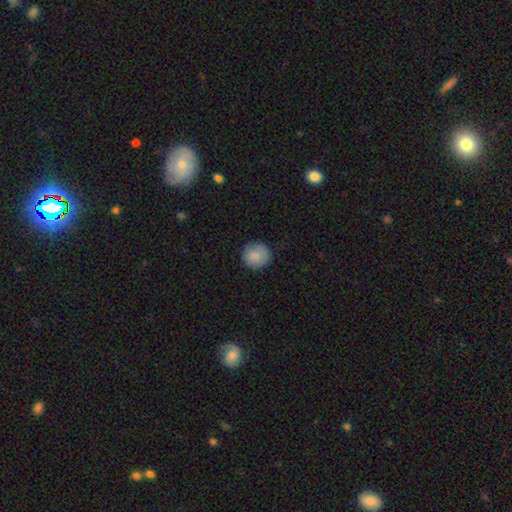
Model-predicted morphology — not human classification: Q: Smooth or featured?
A: smooth (87%); runner-up: star or artifact (7%)
Q: How rounded?
A: round (94%); runner-up: in between (5%)
Q: Merging?
A: none (87%); runner-up: minor disturbance (10%)